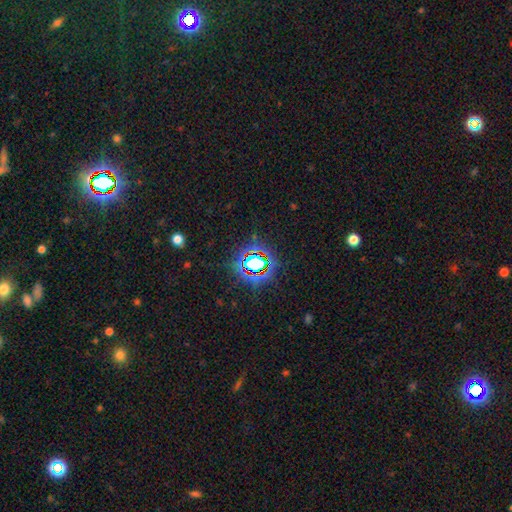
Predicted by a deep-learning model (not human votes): Smooth or featured: star or artifact — 81% (smooth — 11%)